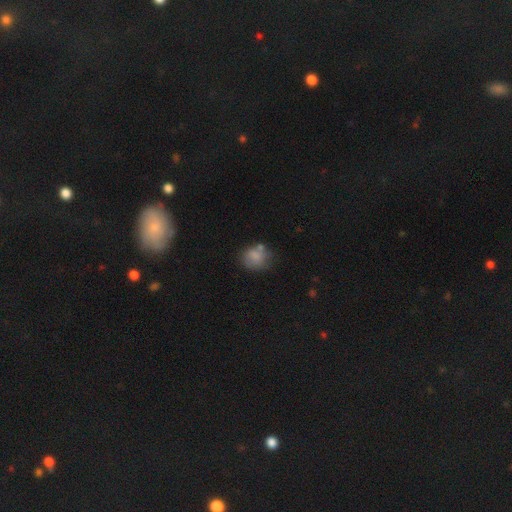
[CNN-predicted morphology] smooth-or-featured: smooth: 75% | featured or disk: 16% | star or artifact: 9%
  how-rounded: round: 64% | in between: 34% | cigar-shaped: 1%
  merging: none: 54% | minor disturbance: 24% | merger: 12% | major disturbance: 10%